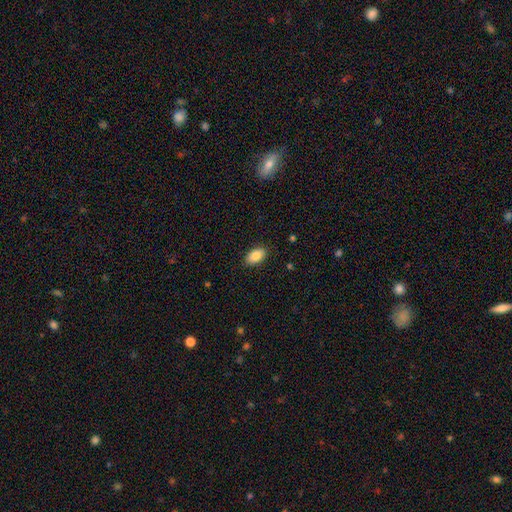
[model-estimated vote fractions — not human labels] smooth-or-featured: smooth: 86% | star or artifact: 7% | featured or disk: 7%
  how-rounded: in between: 93% | round: 5% | cigar-shaped: 2%
  merging: none: 88% | minor disturbance: 9% | major disturbance: 2% | merger: 1%